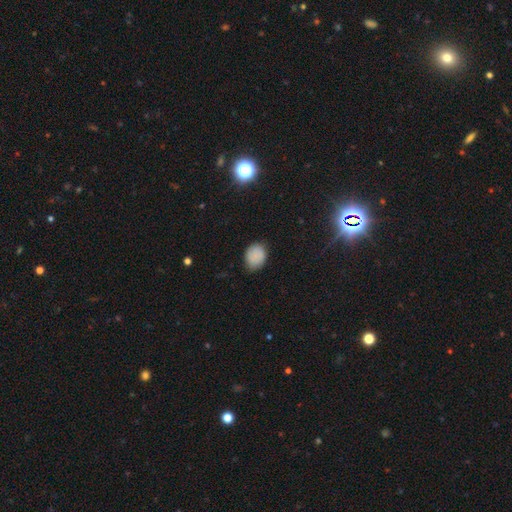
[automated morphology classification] Smooth or featured?
  - smooth: 86% *
  - star or artifact: 10%
  - featured or disk: 5%
How rounded?
  - round: 51% *
  - in between: 48%
  - cigar-shaped: 1%
Merging?
  - none: 76% *
  - minor disturbance: 20%
  - major disturbance: 3%
  - merger: 1%